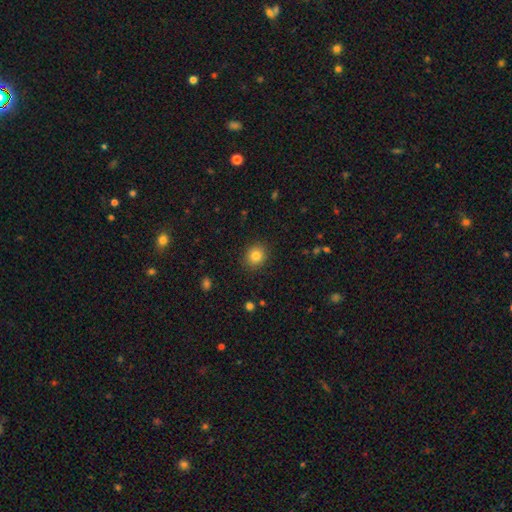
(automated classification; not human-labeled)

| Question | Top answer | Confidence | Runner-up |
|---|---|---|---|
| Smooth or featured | smooth | 83% | star or artifact (11%) |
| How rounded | round | 80% | in between (19%) |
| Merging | none | 90% | minor disturbance (7%) |